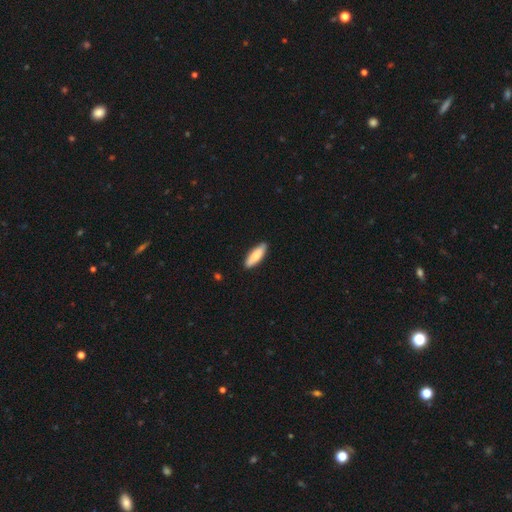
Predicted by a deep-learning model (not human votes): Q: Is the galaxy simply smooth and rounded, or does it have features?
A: smooth — 78%.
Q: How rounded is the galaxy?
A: cigar-shaped — 52%.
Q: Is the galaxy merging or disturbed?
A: none — 88%.